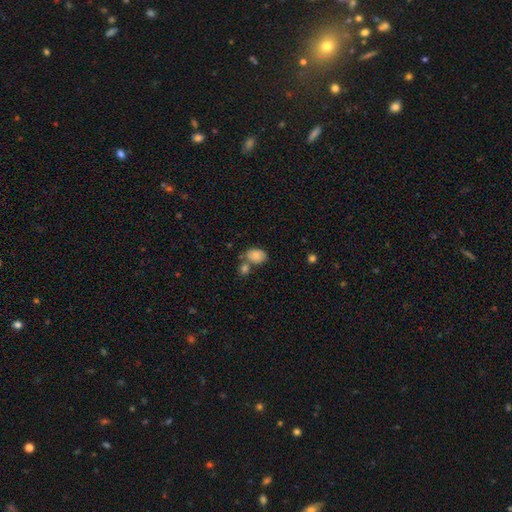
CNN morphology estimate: Smooth or featured: smooth — 80% (featured or disk — 11%)
How rounded: in between — 79% (round — 20%)
Merging: none — 47% (merger — 31%)